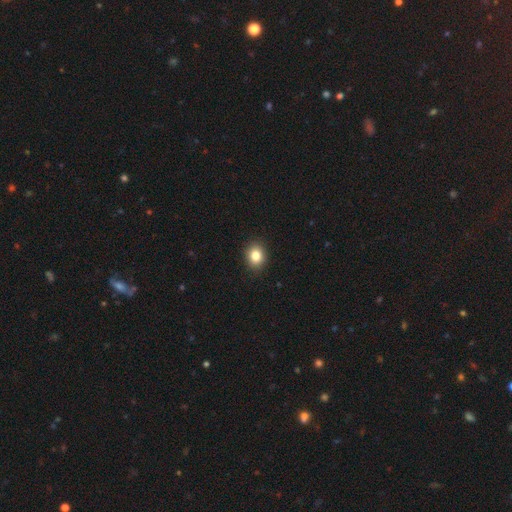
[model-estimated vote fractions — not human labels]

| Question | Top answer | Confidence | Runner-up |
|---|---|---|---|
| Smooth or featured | smooth | 84% | star or artifact (10%) |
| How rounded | round | 59% | in between (40%) |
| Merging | none | 90% | minor disturbance (7%) |